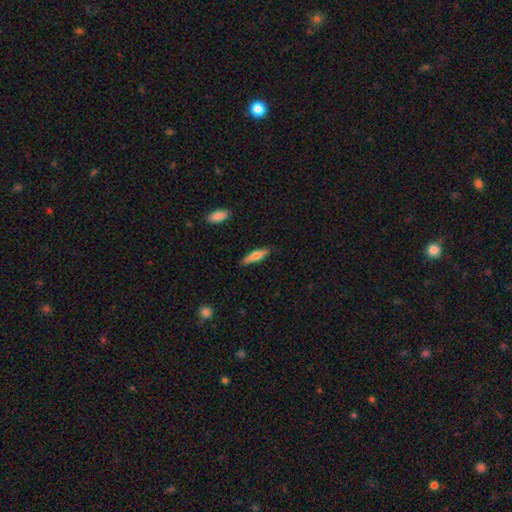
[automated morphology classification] Smooth or featured? Predicted: smooth (p=0.63). How rounded? Predicted: cigar-shaped (p=0.69). Merging? Predicted: none (p=0.86).